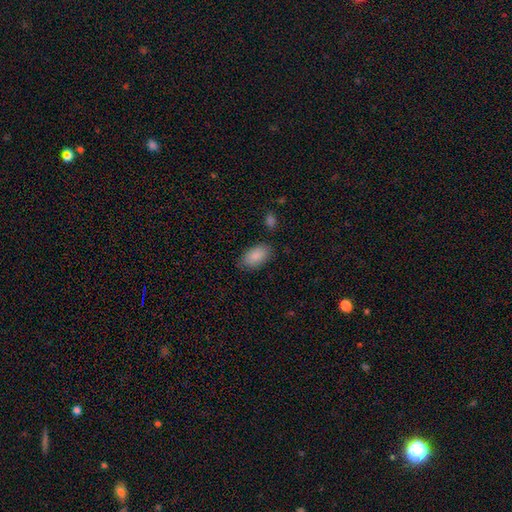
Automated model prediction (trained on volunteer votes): Smooth or featured?
  - smooth: 88% *
  - star or artifact: 6%
  - featured or disk: 6%
How rounded?
  - in between: 94% *
  - round: 4%
  - cigar-shaped: 2%
Merging?
  - none: 81% *
  - minor disturbance: 13%
  - major disturbance: 3%
  - merger: 2%